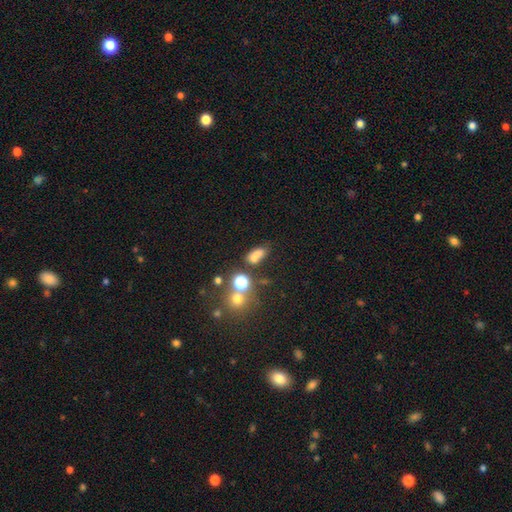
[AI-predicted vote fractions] This is likely a smooth galaxy (70%). How rounded: likely in between (74%). Merging: possibly none (46%).